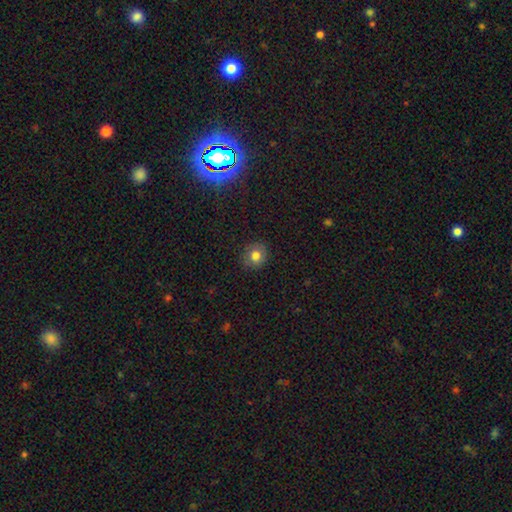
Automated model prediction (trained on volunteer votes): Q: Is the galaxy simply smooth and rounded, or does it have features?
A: smooth — 79%.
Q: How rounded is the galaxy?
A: round — 81%.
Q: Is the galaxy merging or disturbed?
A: none — 87%.